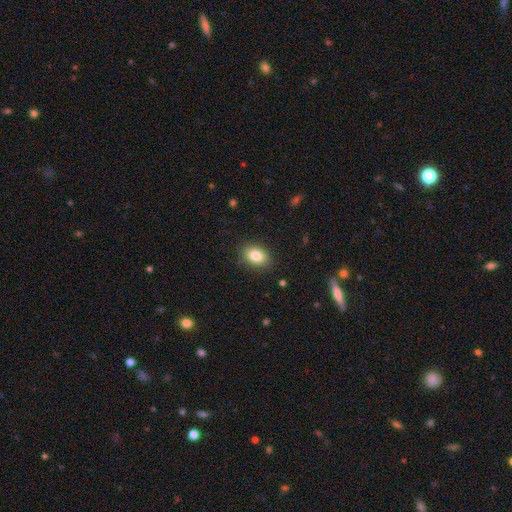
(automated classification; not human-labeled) A smooth galaxy with no disk features (84%) that is in between round and cigar-shaped (80%). Merging: none (87%).